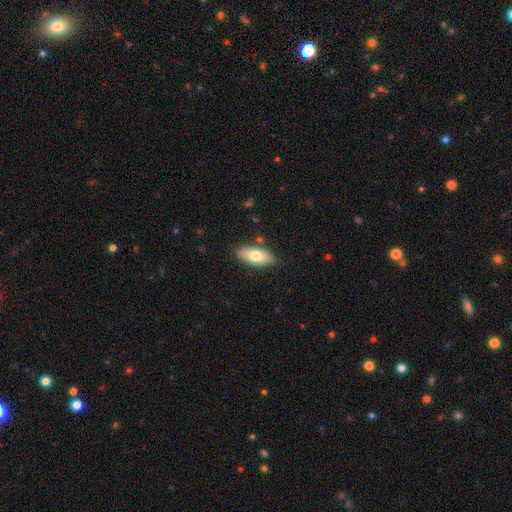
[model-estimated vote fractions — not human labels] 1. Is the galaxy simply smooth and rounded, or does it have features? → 76% smooth, 18% featured or disk, 6% star or artifact.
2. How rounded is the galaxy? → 86% in between, 12% cigar-shaped, 2% round.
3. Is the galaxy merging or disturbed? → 83% none, 12% minor disturbance, 3% merger, 2% major disturbance.